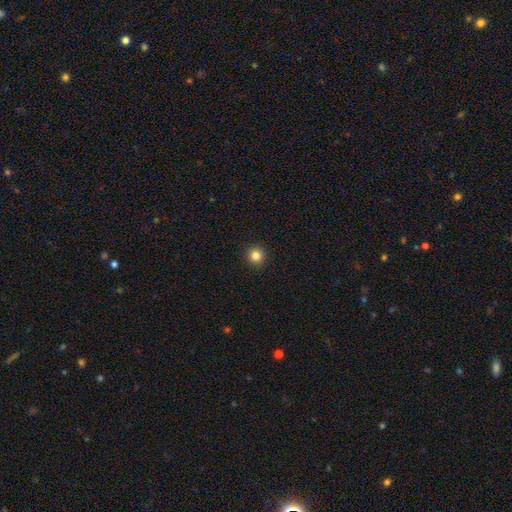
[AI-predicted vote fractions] This appears to be a smooth galaxy with no disk features (84%) that is round (94%). Merging: none (93%).